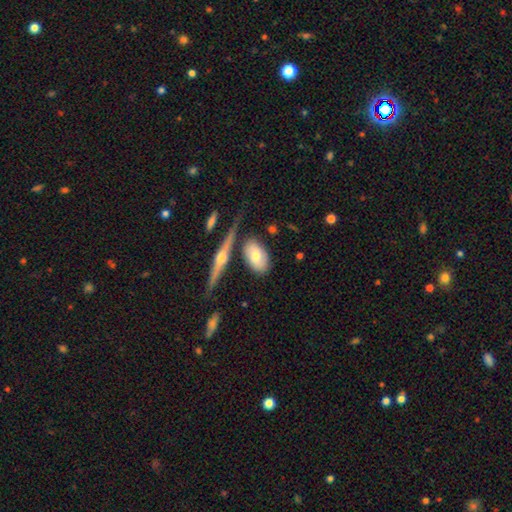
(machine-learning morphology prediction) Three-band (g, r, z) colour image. It shows a smooth galaxy with no disk features (61%) that is in between round and cigar-shaped (88%). Merging: none (66%).